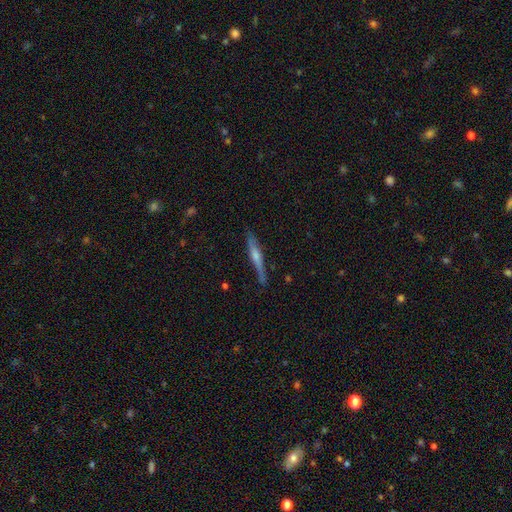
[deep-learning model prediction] Morphology: type=featured or disk (67%); edge-on=yes (96%); edge-on bulge=rounded (72%); merging=none (82%).